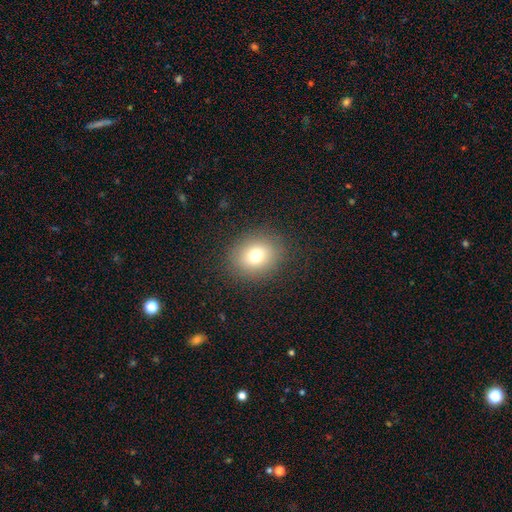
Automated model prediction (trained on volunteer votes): A smooth galaxy with no disk features (75%) that is round (64%).

Vote fractions:
- Smooth or featured? smooth: 75% / star or artifact: 13% / featured or disk: 11%
- How rounded? round: 64% / in between: 35% / cigar-shaped: 1%
- Merging? none: 87% / minor disturbance: 9% / major disturbance: 4% / merger: 1%